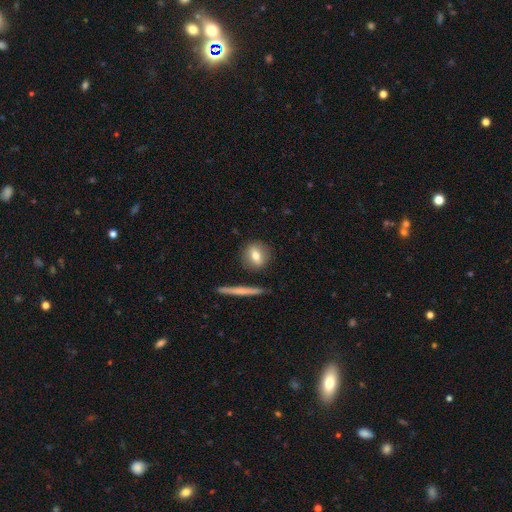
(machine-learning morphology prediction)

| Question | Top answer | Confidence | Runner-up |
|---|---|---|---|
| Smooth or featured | smooth | 67% | featured or disk (25%) |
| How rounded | round | 62% | in between (30%) |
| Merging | none | 83% | minor disturbance (11%) |